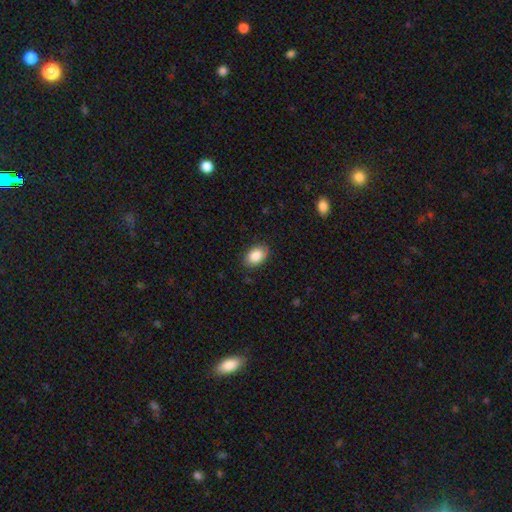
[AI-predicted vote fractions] This is clearly a smooth galaxy (87%). How rounded: clearly in between (86%). Merging: clearly none (85%).